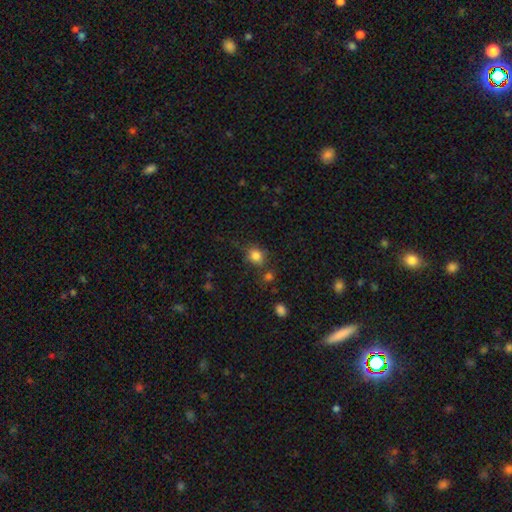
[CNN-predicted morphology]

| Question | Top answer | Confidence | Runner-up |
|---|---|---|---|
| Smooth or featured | smooth | 83% | star or artifact (12%) |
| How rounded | round | 66% | in between (33%) |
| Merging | none | 67% | minor disturbance (17%) |